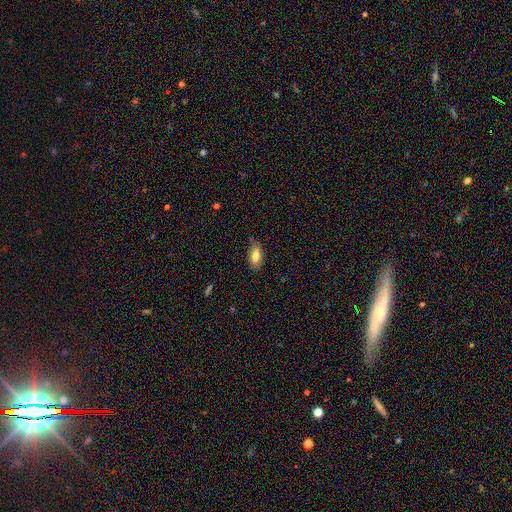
smooth-or-featured: smooth: 87% | star or artifact: 8% | featured or disk: 5%
  how-rounded: in between: 76% | cigar-shaped: 21% | round: 3%
  merging: none: 81% | minor disturbance: 17% | major disturbance: 3% | merger: 0%